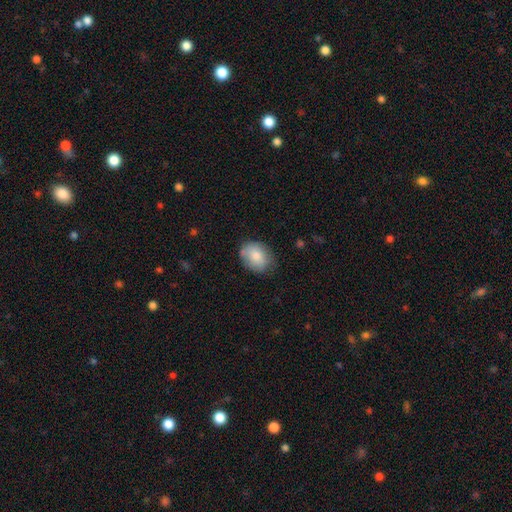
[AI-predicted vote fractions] A smooth galaxy with no disk features (81%) that is in between round and cigar-shaped (71%).

Vote fractions:
- Smooth or featured? smooth: 81% / featured or disk: 12% / star or artifact: 7%
- How rounded? in between: 71% / round: 29% / cigar-shaped: 1%
- Merging? none: 66% / minor disturbance: 26% / major disturbance: 6% / merger: 2%